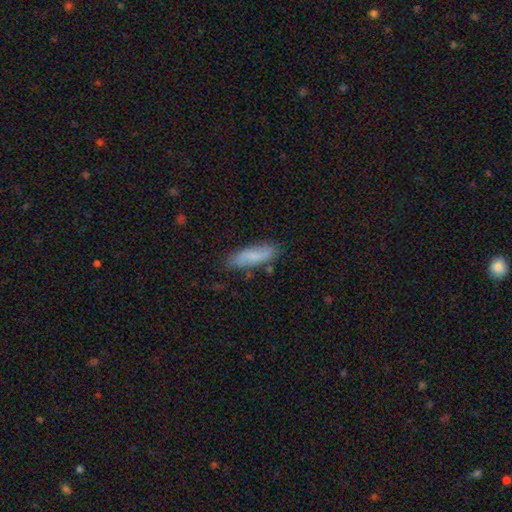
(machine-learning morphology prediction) smooth_or_featured: smooth (p=0.73) [alt: featured or disk p=0.20]
how_rounded: in between (p=0.50) [alt: cigar-shaped p=0.48]
merging: none (p=0.73) [alt: minor disturbance p=0.20]